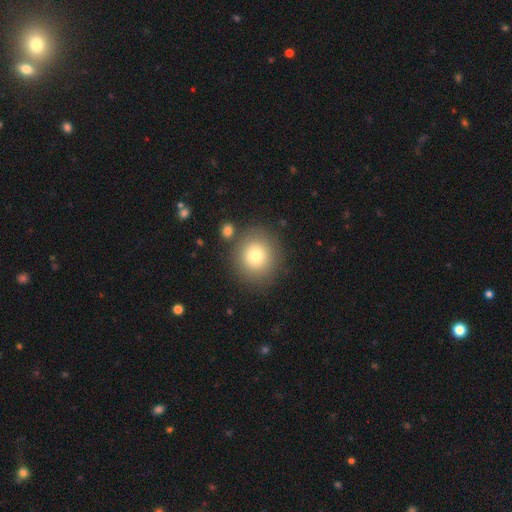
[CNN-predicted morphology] Q: Smooth or featured?
A: smooth (76%); runner-up: featured or disk (12%)
Q: How rounded?
A: round (90%); runner-up: in between (9%)
Q: Merging?
A: none (82%); runner-up: minor disturbance (9%)